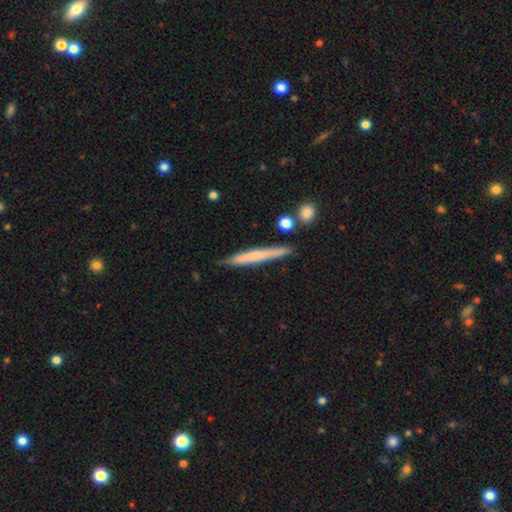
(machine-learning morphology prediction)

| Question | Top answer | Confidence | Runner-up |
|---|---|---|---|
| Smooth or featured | smooth | 54% | featured or disk (40%) |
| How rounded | cigar-shaped | 96% | in between (3%) |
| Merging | none | 84% | minor disturbance (11%) |